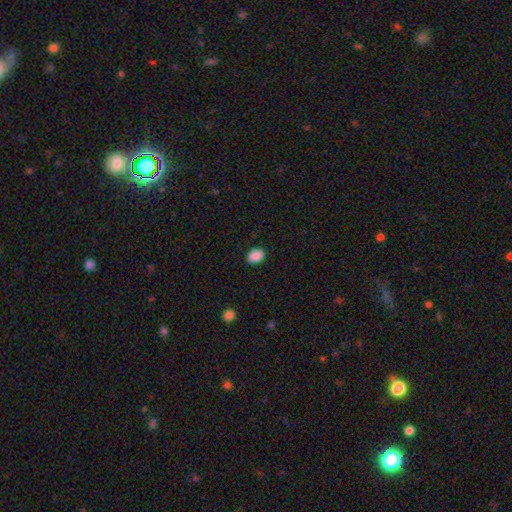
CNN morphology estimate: Smooth or featured? smooth (89%)
How rounded? in between (72%)
Merging? none (88%)